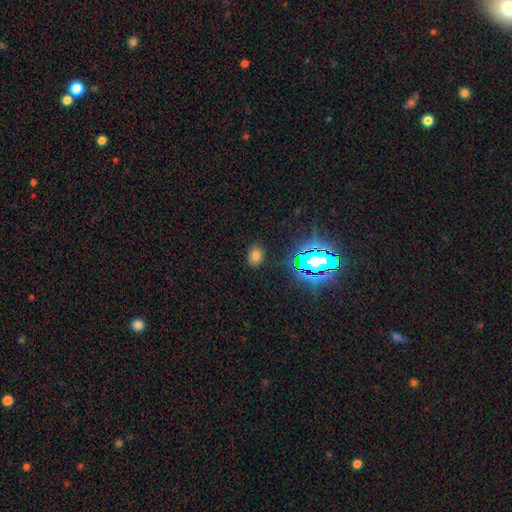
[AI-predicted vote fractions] This is likely a smooth galaxy (69%). How rounded: likely in between (68%). Merging: clearly none (86%).